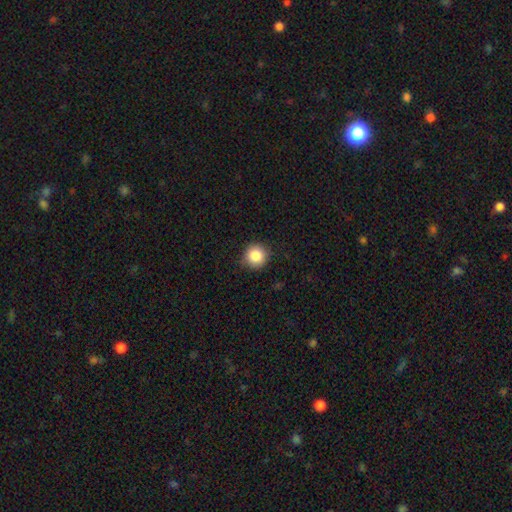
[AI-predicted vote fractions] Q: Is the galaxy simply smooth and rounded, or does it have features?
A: smooth — 85%.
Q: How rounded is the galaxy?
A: round — 93%.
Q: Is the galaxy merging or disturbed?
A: none — 86%.